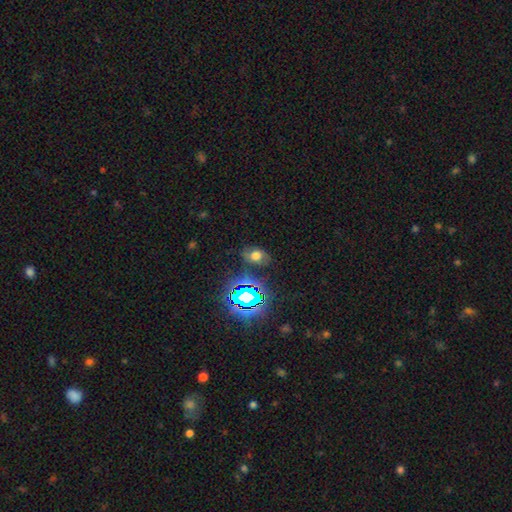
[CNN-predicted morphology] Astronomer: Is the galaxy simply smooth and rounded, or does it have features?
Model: smooth — 56%.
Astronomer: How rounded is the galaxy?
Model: in between — 75%.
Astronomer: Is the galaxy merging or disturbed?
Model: none — 73%.